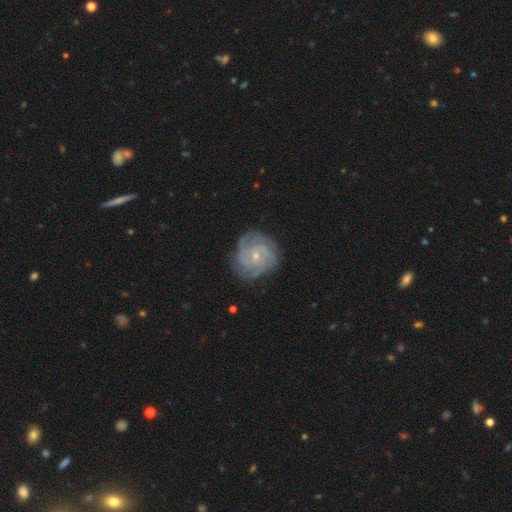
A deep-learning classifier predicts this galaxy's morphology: A featured or disk galaxy (87%) with no bar (74%), 3 (29%) tight (73%) spiral arms (97%) and a small central bulge (74%).

Vote fractions:
- Smooth or featured? featured or disk: 87% / smooth: 8% / star or artifact: 6%
- Edge-on disk? no: 98% / yes: 2%
- Bar? no: 74% / weak: 21% / strong: 4%
- Spiral arms? yes: 97% / no: 3%
- Spiral winding? tight: 73% / medium: 23% / loose: 4%
- Spiral arm count? 3: 29% / 4: 23% / can't tell: 20% / 2: 14% / more than 4: 7% / 1: 6%
- Bulge size? small: 74% / moderate: 23% / none: 2% / large: 1% / dominant: 1%
- Merging? none: 79% / minor disturbance: 15% / major disturbance: 4% / merger: 1%